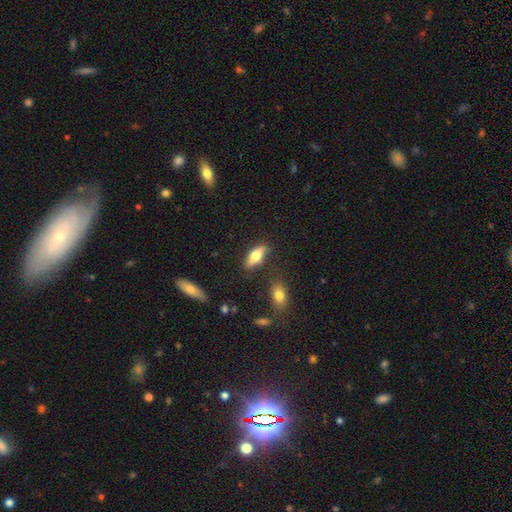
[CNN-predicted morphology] smooth-or-featured: smooth: 63% | featured or disk: 30% | star or artifact: 7%
  how-rounded: in between: 69% | cigar-shaped: 28% | round: 3%
  merging: none: 76% | minor disturbance: 15% | merger: 5% | major disturbance: 4%